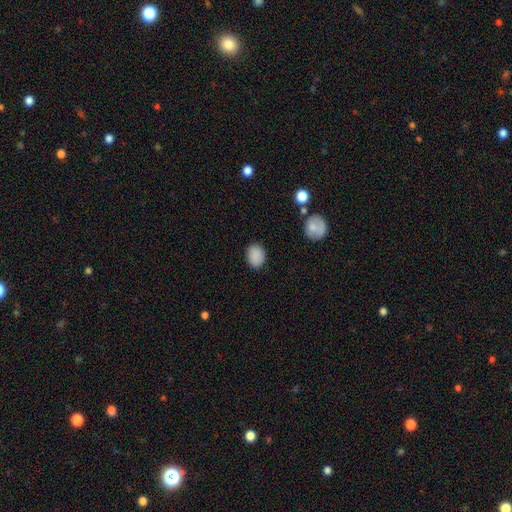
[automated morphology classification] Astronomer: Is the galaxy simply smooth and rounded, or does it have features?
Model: smooth — 89%.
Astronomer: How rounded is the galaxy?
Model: in between — 61% (runner-up: round, 38%).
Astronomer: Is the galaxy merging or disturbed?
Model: none — 86%.